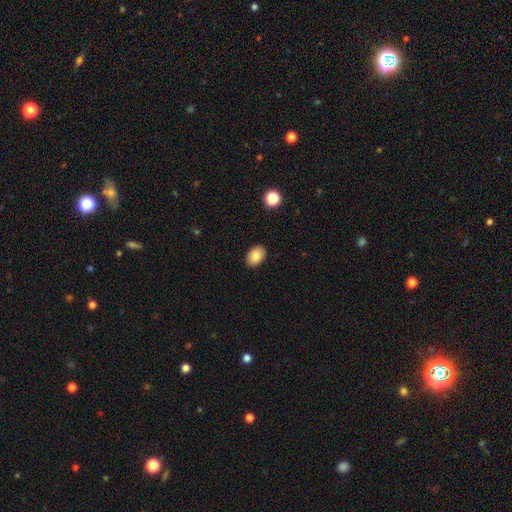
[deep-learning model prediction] This is clearly a smooth galaxy (85%). How rounded: clearly in between (82%). Merging: clearly none (89%).